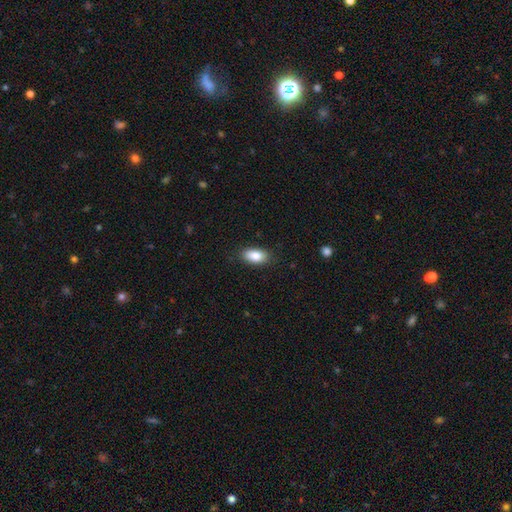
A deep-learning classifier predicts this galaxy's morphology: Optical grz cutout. It shows a smooth galaxy with no disk features (86%) that is in between round and cigar-shaped (91%). Merging: none (86%).